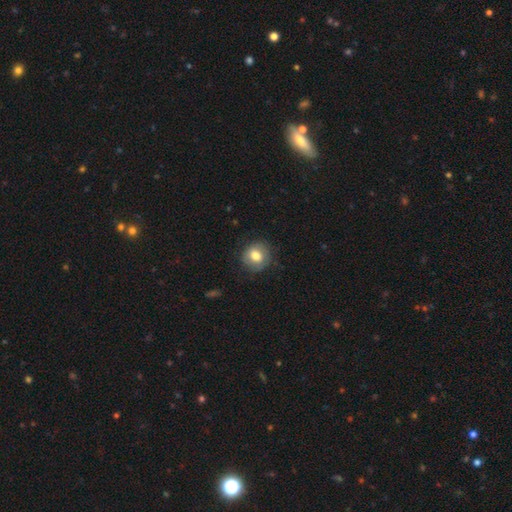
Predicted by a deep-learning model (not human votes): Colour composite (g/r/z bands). It shows a smooth galaxy with no disk features (74%) that is round (80%). Merging: none (76%).